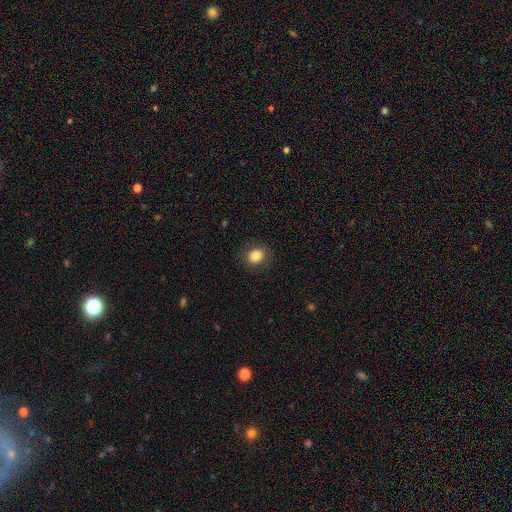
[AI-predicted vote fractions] Smooth or featured? smooth (84%)
How rounded? round (63%)
Merging? none (87%)